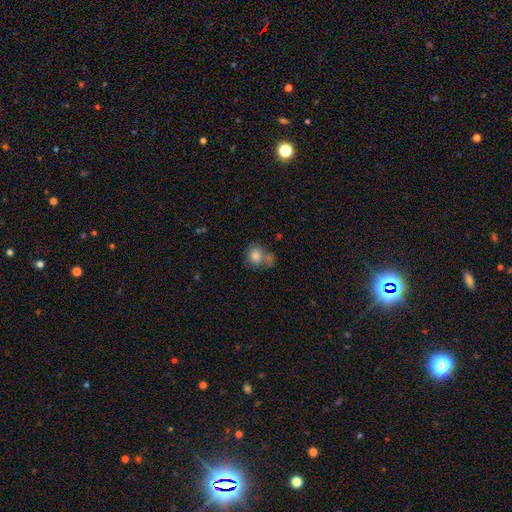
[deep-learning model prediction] smooth_or_featured: smooth (p=0.80) [alt: featured or disk p=0.11]
how_rounded: round (p=0.67) [alt: in between p=0.32]
merging: none (p=0.45) [alt: merger p=0.29]